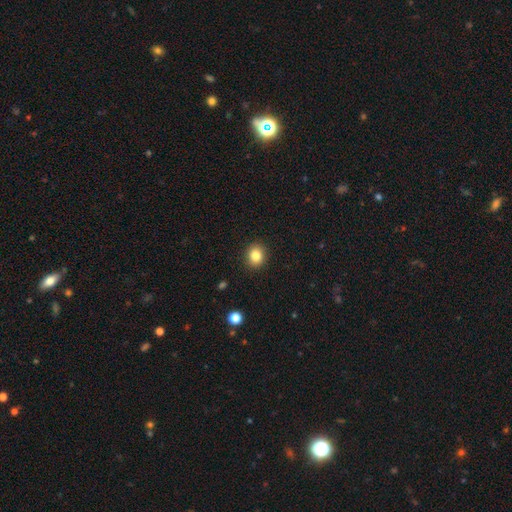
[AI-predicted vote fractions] A smooth galaxy with no disk features (84%) that is round (73%). Merging: none (91%).